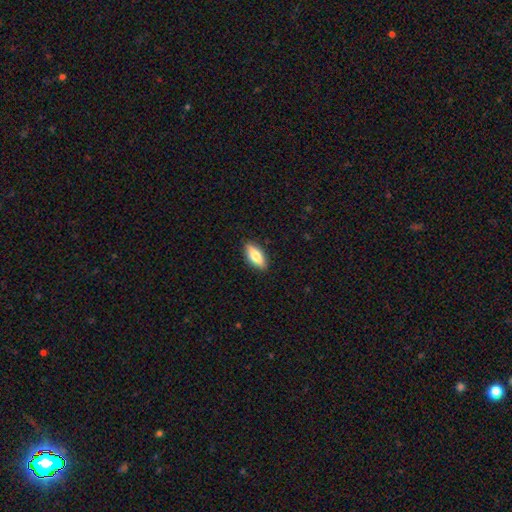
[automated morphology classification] type=smooth (74%); roundness=in between (74%); merging=none (88%).